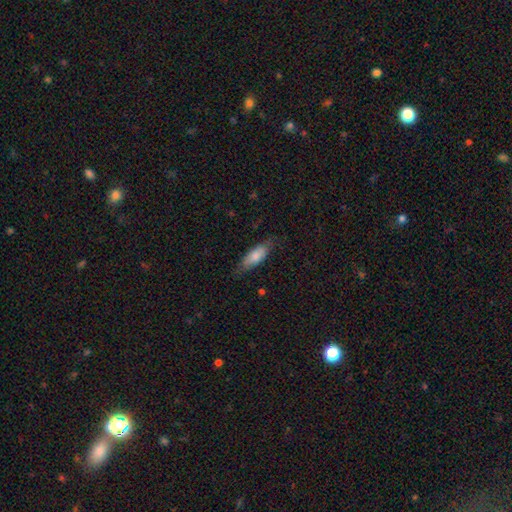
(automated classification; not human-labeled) smooth-or-featured: smooth: 76% | featured or disk: 18% | star or artifact: 6%
  how-rounded: in between: 69% | cigar-shaped: 29% | round: 2%
  merging: none: 72% | minor disturbance: 21% | major disturbance: 6% | merger: 1%